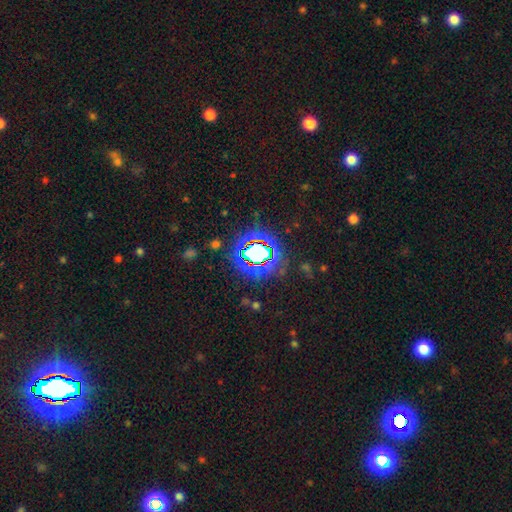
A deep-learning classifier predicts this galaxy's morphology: smooth_or_featured: star or artifact (p=0.82) [alt: smooth p=0.10]